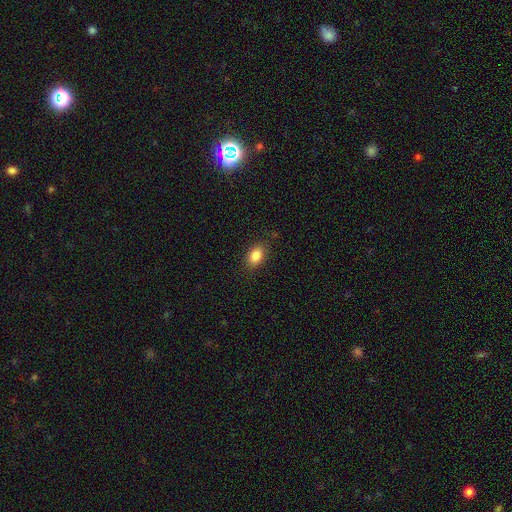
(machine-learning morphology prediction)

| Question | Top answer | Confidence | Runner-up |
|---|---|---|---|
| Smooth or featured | smooth | 85% | star or artifact (8%) |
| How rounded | in between | 85% | round (13%) |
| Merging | none | 86% | minor disturbance (10%) |